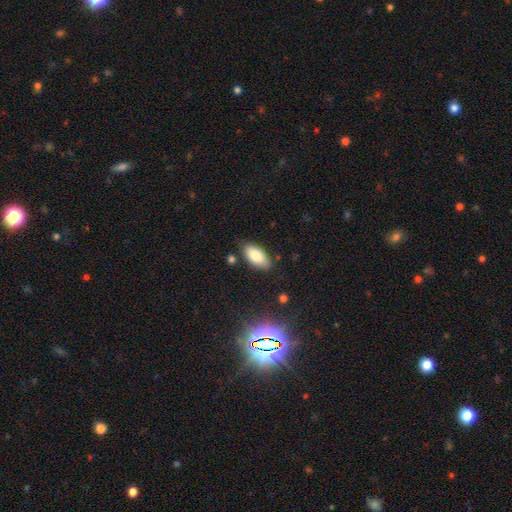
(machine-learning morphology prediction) Smooth or featured? smooth (81%)
How rounded? in between (93%)
Merging? none (81%)